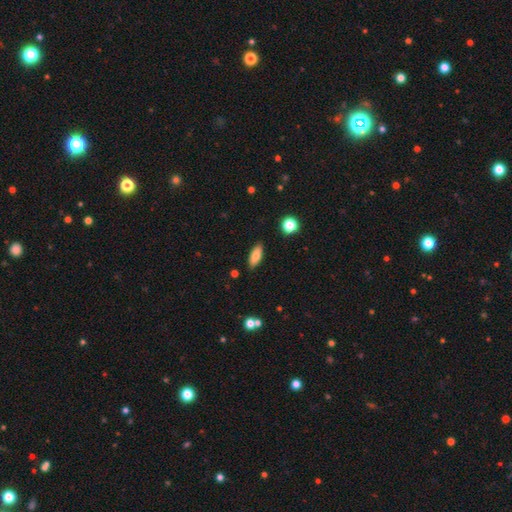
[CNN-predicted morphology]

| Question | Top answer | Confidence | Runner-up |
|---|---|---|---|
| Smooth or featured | smooth | 78% | featured or disk (14%) |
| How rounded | in between | 76% | cigar-shaped (21%) |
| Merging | none | 86% | minor disturbance (10%) |